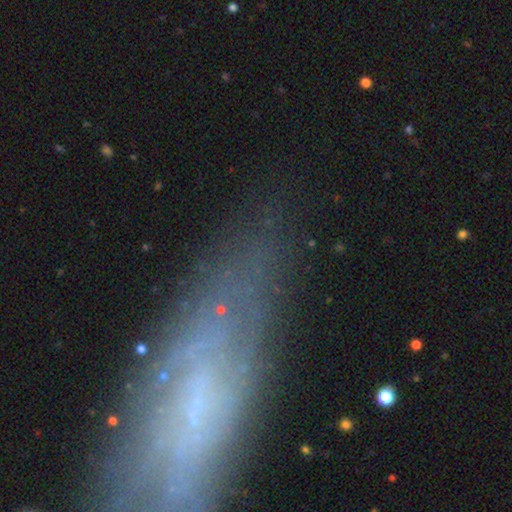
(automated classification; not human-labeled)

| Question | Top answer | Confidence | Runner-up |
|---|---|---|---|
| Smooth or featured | featured or disk | 52% | smooth (25%) |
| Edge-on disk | no | 75% | yes (25%) |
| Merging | none | 67% | minor disturbance (19%) |